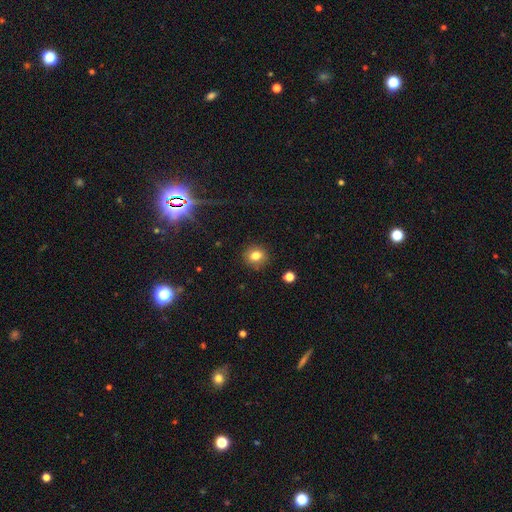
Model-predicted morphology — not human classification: The model was most divided on "how rounded": round: 75%, in between: 24%, cigar-shaped: 1%. More confident: merging — none (88%); smooth or featured — smooth (80%).